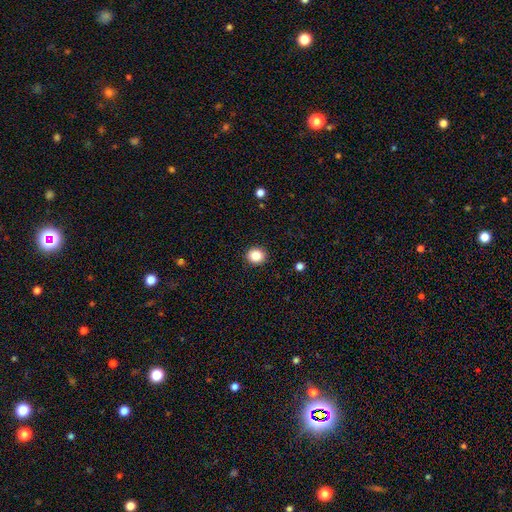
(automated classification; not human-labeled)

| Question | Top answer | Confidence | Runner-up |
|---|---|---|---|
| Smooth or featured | smooth | 86% | star or artifact (10%) |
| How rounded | round | 84% | in between (15%) |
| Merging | none | 92% | minor disturbance (5%) |